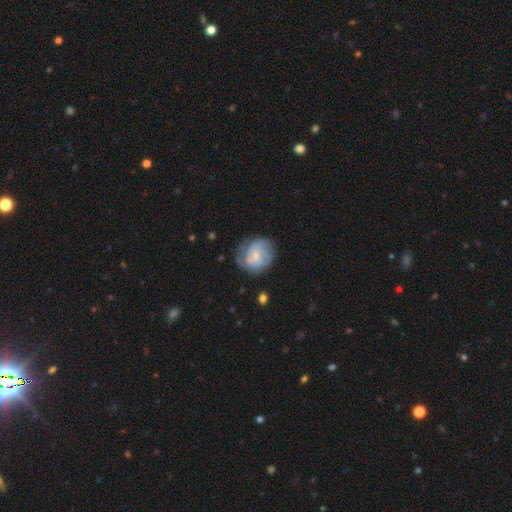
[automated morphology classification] type=featured or disk (67%); edge-on=no (98%); bar=no (51%); spiral arms=yes (89%); winding=tight (50%); arm count=can't tell (36%); bulge=small (64%); merging=none (64%).